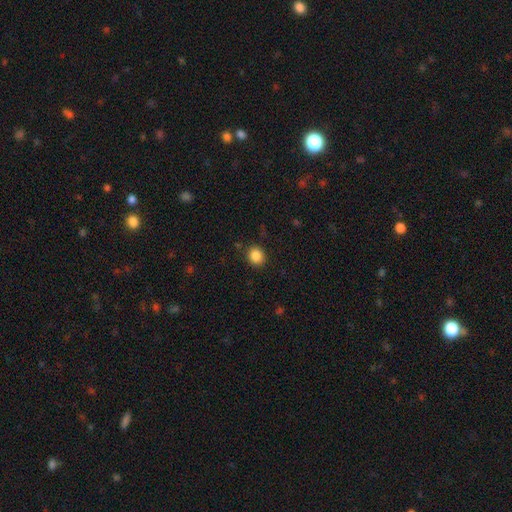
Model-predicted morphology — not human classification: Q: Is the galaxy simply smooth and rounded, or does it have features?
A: smooth — 86%.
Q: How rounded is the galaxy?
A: round — 71%.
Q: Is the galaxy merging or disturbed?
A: none — 88%.